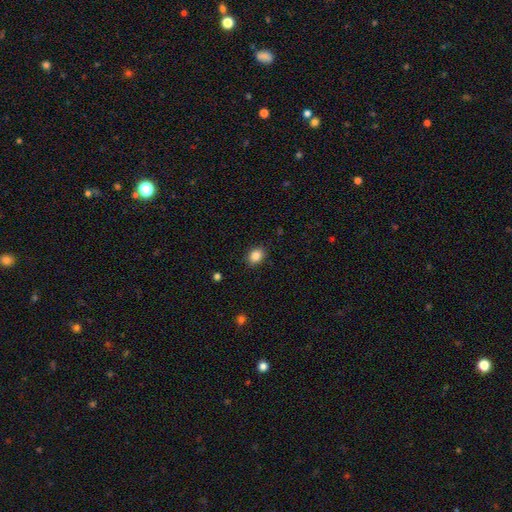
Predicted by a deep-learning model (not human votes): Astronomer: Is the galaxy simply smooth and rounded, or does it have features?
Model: smooth — 87%.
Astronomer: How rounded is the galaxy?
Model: in between — 58% (runner-up: round, 41%).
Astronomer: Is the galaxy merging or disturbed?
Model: none — 88%.